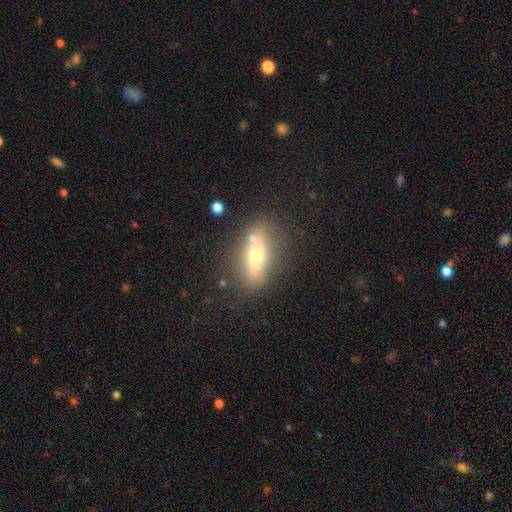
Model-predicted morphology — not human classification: smooth-or-featured: smooth: 49% | featured or disk: 42% | star or artifact: 9%
  merging: none: 73% | minor disturbance: 15% | major disturbance: 6% | merger: 6%